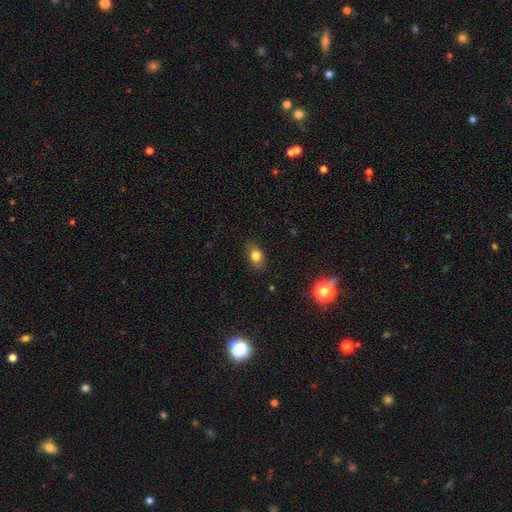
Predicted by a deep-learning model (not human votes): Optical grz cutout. It shows a smooth galaxy with no disk features (80%) that is in between round and cigar-shaped (81%). Merging: none (84%).